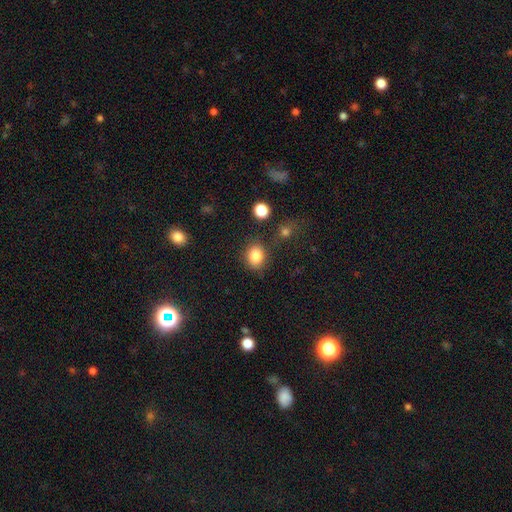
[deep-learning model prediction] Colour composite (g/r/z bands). It shows a smooth galaxy with no disk features (84%) that is round (58%). Merging: none (79%).